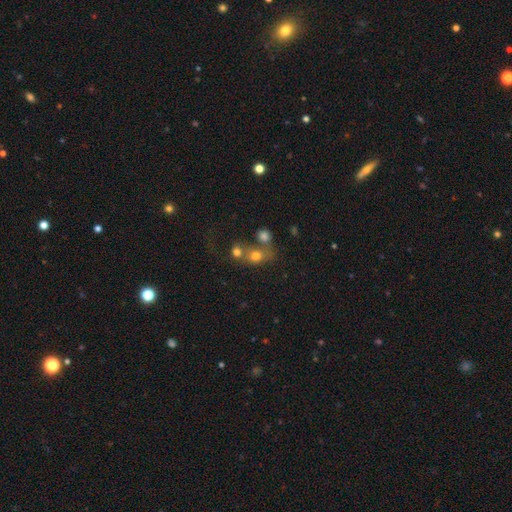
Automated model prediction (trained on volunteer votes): A smooth galaxy with no disk features (68%) that is round (62%).

Vote fractions:
- Smooth or featured? smooth: 68% / star or artifact: 17% / featured or disk: 15%
- How rounded? round: 62% / in between: 36% / cigar-shaped: 2%
- Merging? merger: 42% / none: 39% / minor disturbance: 10% / major disturbance: 8%